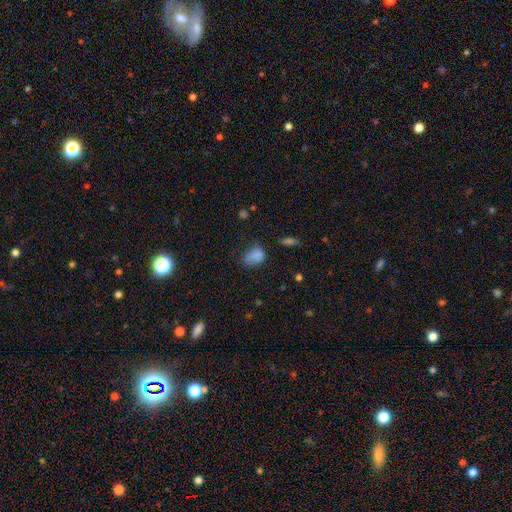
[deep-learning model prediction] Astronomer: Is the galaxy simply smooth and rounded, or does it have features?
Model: smooth — 81%.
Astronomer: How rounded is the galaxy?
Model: in between — 74%.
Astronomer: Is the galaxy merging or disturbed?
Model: none — 44% (runner-up: minor disturbance, 37%).